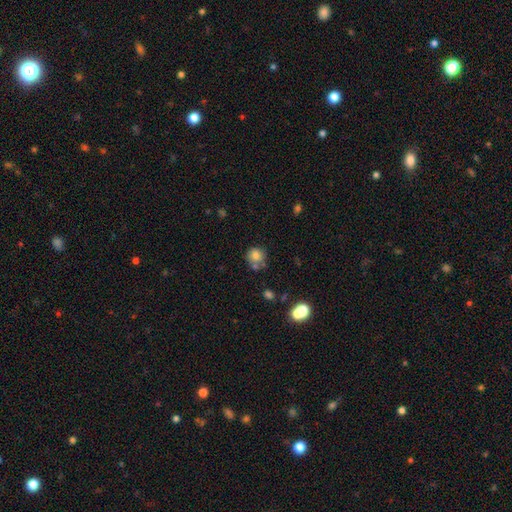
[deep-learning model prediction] Smooth or featured?
  - smooth: 77% *
  - featured or disk: 12%
  - star or artifact: 12%
How rounded?
  - round: 86% *
  - in between: 13%
  - cigar-shaped: 1%
Merging?
  - none: 61% *
  - minor disturbance: 17%
  - merger: 16%
  - major disturbance: 5%